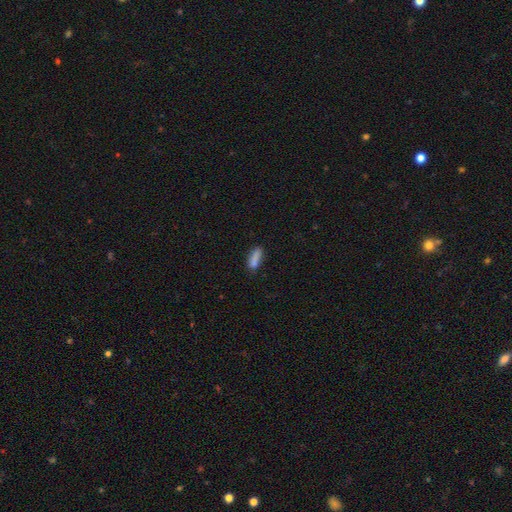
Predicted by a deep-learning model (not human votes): Smooth or featured: smooth — 82% (star or artifact — 10%)
How rounded: cigar-shaped — 50% (in between — 47%)
Merging: none — 71% (minor disturbance — 17%)